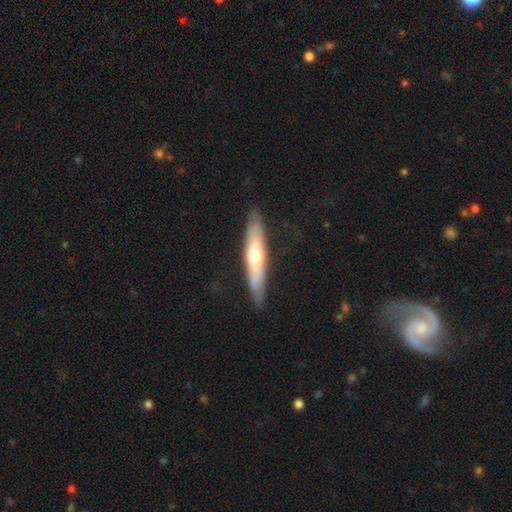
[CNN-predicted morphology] Overall: featured or disk (51%; smooth 43%). Edge-on disk: yes (79%). Merging: none (83%).